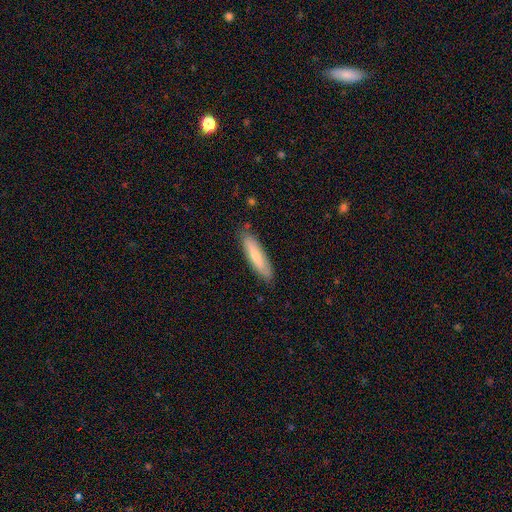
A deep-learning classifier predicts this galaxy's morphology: type=smooth (68%); roundness=cigar-shaped (74%); merging=none (85%).